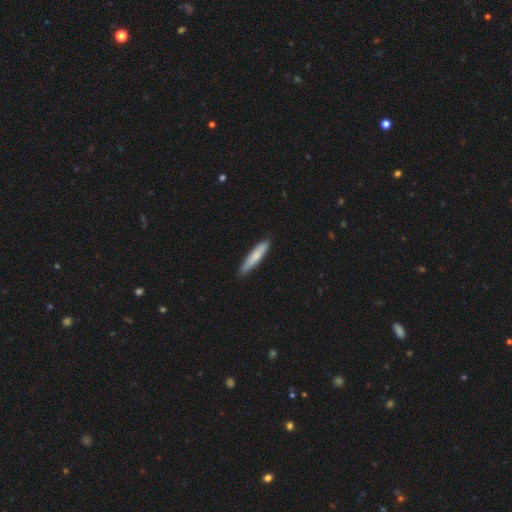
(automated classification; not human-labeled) A smooth galaxy with no disk features (73%) that is cigar-shaped (88%). Merging: none (87%).